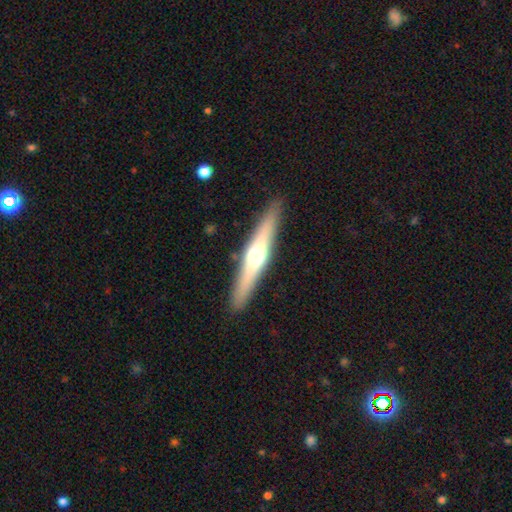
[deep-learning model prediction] Smooth or featured?
  - featured or disk: 59% *
  - smooth: 35%
  - star or artifact: 6%
Edge-on disk?
  - yes: 95% *
  - no: 5%
Edge-on bulge?
  - rounded: 90% *
  - none: 5%
  - boxy: 5%
Merging?
  - none: 89% *
  - minor disturbance: 7%
  - major disturbance: 2%
  - merger: 1%